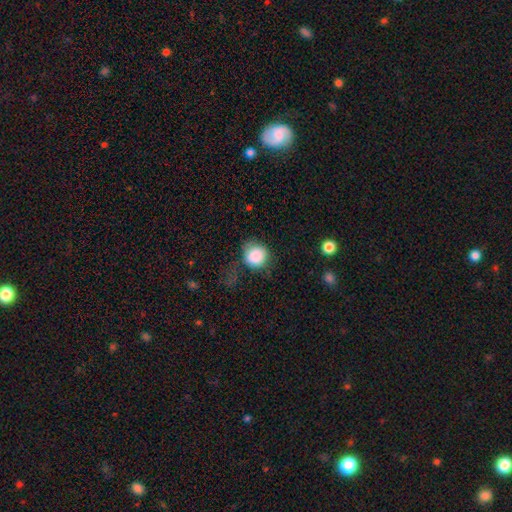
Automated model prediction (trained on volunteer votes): Smooth or featured? Predicted: smooth (p=0.87). How rounded? Predicted: round (p=0.86). Merging? Predicted: none (p=0.53).